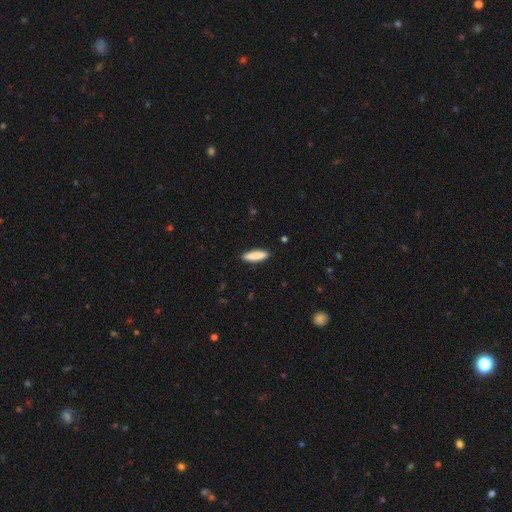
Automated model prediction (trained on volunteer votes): A smooth galaxy with no disk features (87%) that is cigar-shaped (69%).

Vote fractions:
- Smooth or featured? smooth: 87% / featured or disk: 7% / star or artifact: 6%
- How rounded? cigar-shaped: 69% / in between: 29% / round: 1%
- Merging? none: 90% / minor disturbance: 7% / major disturbance: 2% / merger: 1%